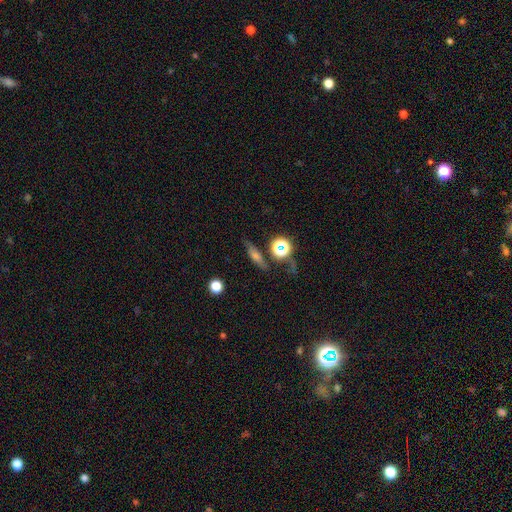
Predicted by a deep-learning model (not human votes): The model was most divided on "smooth or featured": featured or disk: 48%, smooth: 30%, star or artifact: 22%. More confident: merging — none (77%).